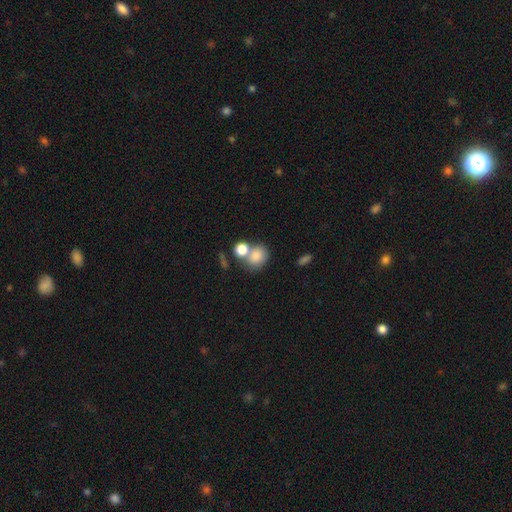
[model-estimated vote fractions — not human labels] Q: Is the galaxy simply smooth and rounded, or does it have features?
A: smooth — 81%.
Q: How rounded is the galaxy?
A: round — 61%.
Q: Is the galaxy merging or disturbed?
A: none — 44%.